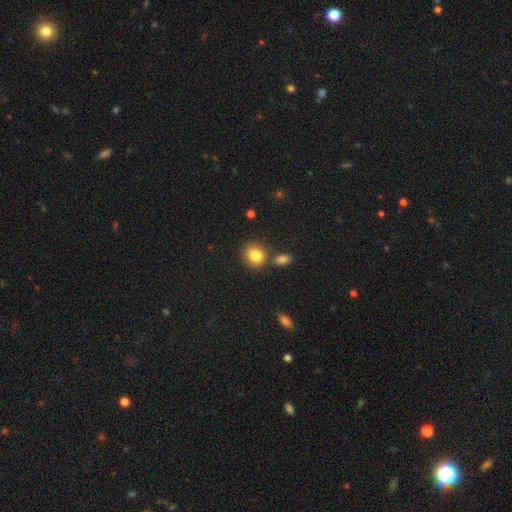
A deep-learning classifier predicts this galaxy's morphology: type=smooth (85%); roundness=round (63%); merging=none (67%).